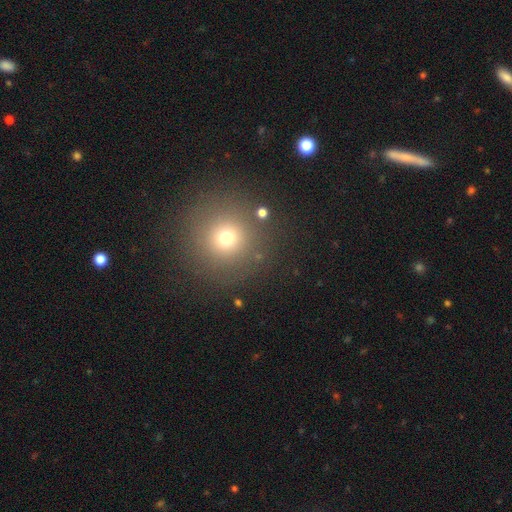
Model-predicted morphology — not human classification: type=smooth (66%); roundness=round (95%); merging=none (88%).